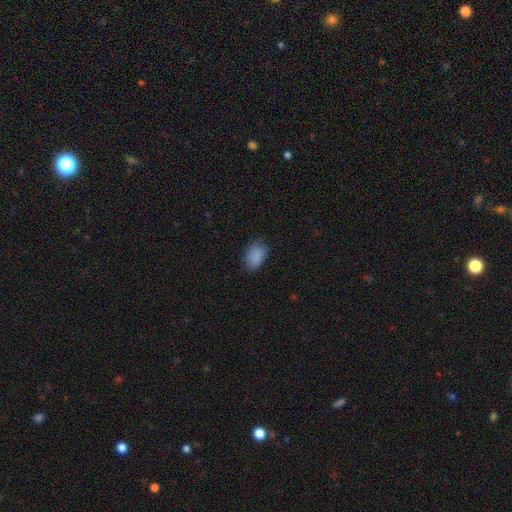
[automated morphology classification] The model was most divided on "merging": none: 74%, minor disturbance: 20%, major disturbance: 5%, merger: 1%. More confident: smooth or featured — smooth (86%); how rounded — in between (85%).